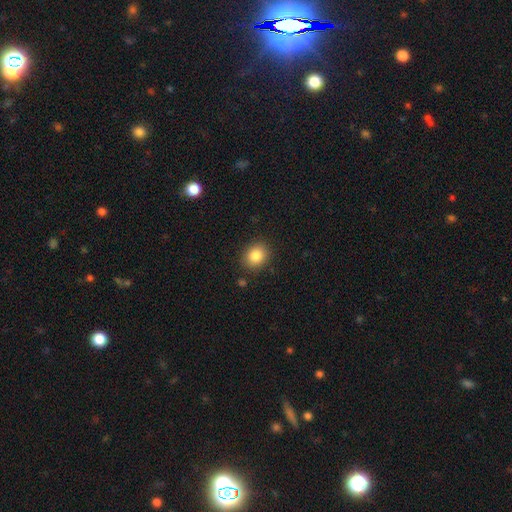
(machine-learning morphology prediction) smooth_or_featured: smooth (p=0.85) [alt: star or artifact p=0.09]
how_rounded: round (p=0.62) [alt: in between p=0.37]
merging: none (p=0.88) [alt: minor disturbance p=0.08]